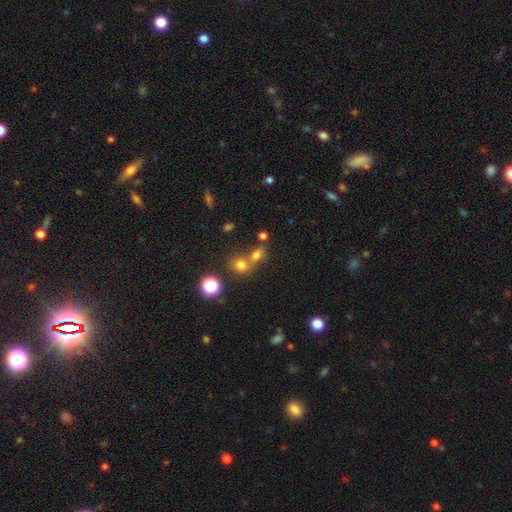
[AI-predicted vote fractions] Smooth or featured? Predicted: smooth (p=0.64). How rounded? Predicted: round (p=0.72). Merging? Predicted: merger (p=0.46).